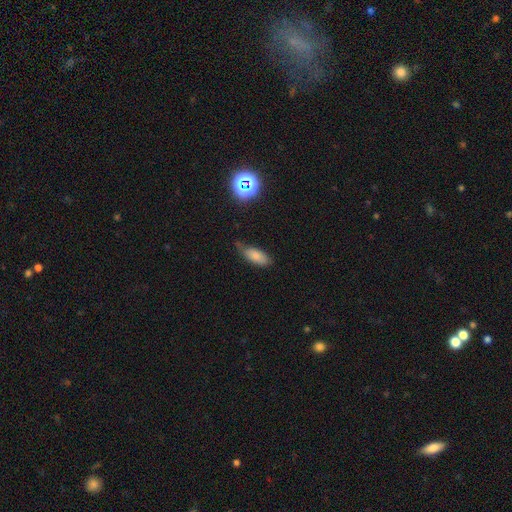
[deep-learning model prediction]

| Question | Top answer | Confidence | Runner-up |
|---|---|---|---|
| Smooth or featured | smooth | 77% | star or artifact (11%) |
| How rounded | in between | 79% | cigar-shaped (18%) |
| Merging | none | 56% | minor disturbance (34%) |